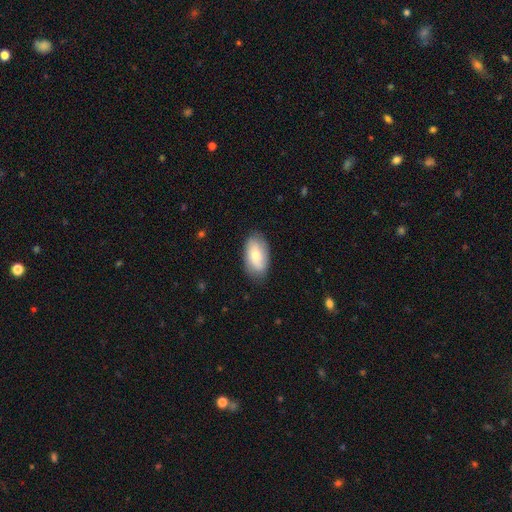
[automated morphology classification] smooth_or_featured: smooth (p=0.66) [alt: featured or disk p=0.28]
how_rounded: in between (p=0.93) [alt: round p=0.04]
merging: none (p=0.79) [alt: minor disturbance p=0.16]